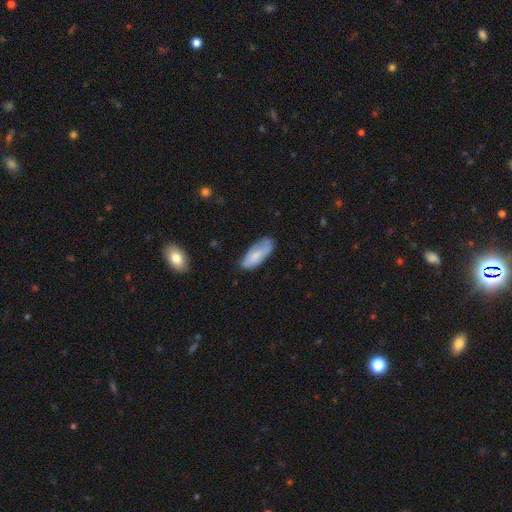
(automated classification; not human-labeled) Morphology: type=smooth (71%); roundness=in between (82%); merging=none (68%).